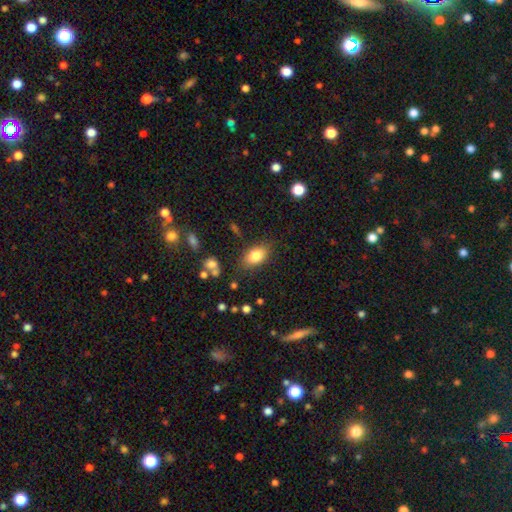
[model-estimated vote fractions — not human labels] Overall: smooth (81%). How rounded: in between (86%). Merging: none (79%).